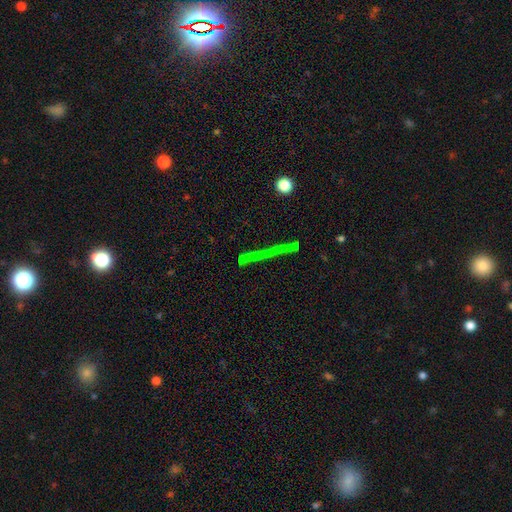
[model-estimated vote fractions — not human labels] This is marginally a star or artifact rather than a galaxy (39%).